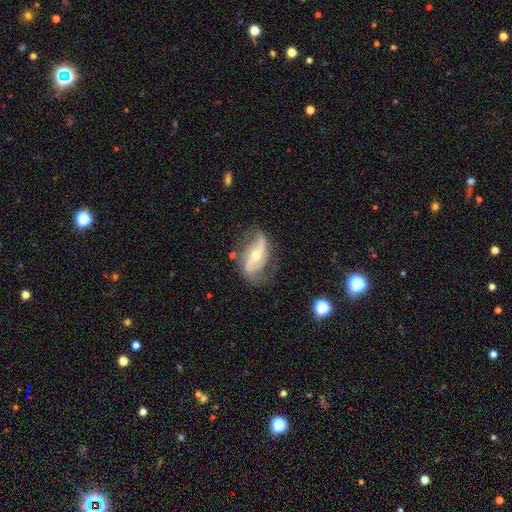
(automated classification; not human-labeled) Smooth or featured: featured or disk — 85% (smooth — 9%)
Edge-on disk: no — 95% (yes — 5%)
Bar: no — 35% (weak — 33%)
Spiral arms: yes — 94% (no — 6%)
Spiral winding: loose — 66% (medium — 25%)
Spiral arm count: 2 — 90% (can't tell — 4%)
Bulge size: moderate — 55% (small — 41%)
Merging: none — 67% (minor disturbance — 21%)